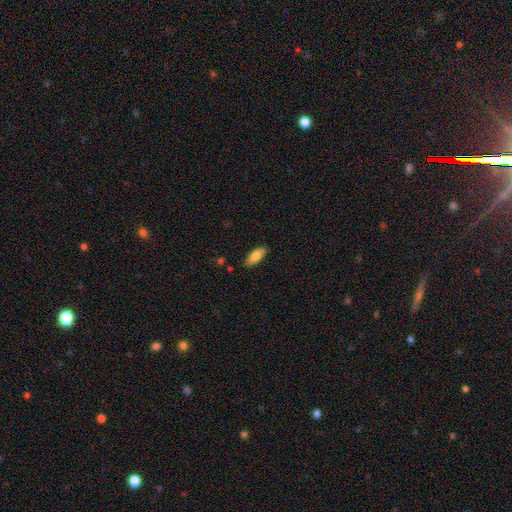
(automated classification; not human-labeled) This appears to be a smooth galaxy with no disk features (80%) that is in between round and cigar-shaped (72%). Merging: none (85%).